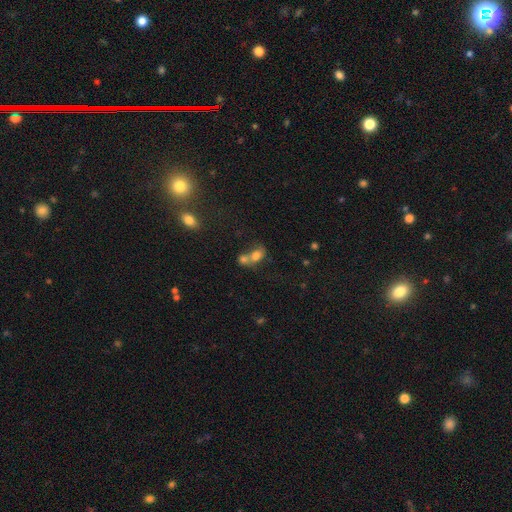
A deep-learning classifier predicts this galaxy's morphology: Overall: smooth (71%). How rounded: in between (59%; round 39%). Merging: merger (68%).